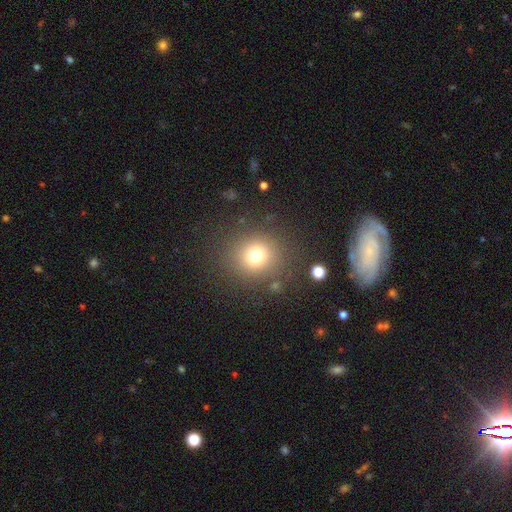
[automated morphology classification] smooth-or-featured: smooth: 74% | star or artifact: 17% | featured or disk: 10%
  how-rounded: round: 89% | in between: 10% | cigar-shaped: 1%
  merging: none: 84% | minor disturbance: 8% | major disturbance: 5% | merger: 2%